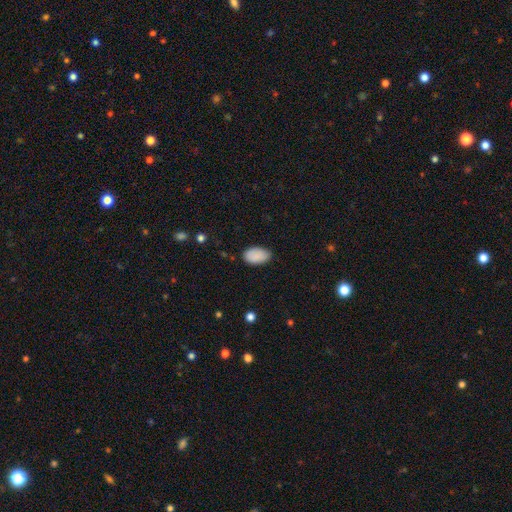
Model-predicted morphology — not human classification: Smooth or featured? smooth (89%)
How rounded? in between (94%)
Merging? none (80%)